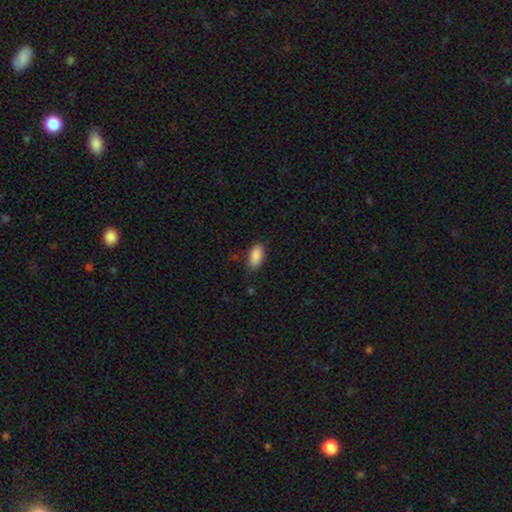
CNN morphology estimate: Q: Smooth or featured?
A: smooth (89%); runner-up: star or artifact (7%)
Q: How rounded?
A: in between (91%); runner-up: cigar-shaped (6%)
Q: Merging?
A: none (82%); runner-up: minor disturbance (13%)